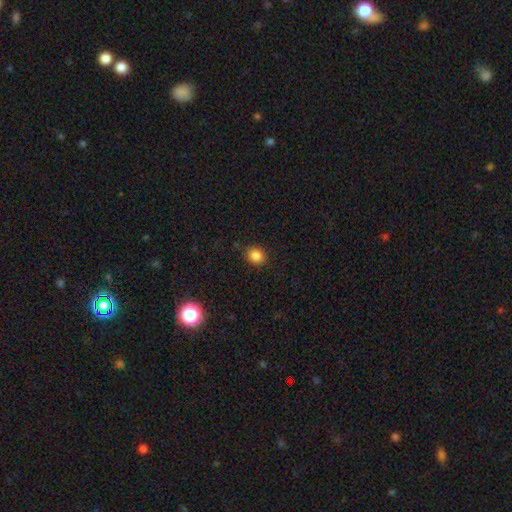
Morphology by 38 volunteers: type=smooth (97%); roundness=round (59%); merging=none (89%).